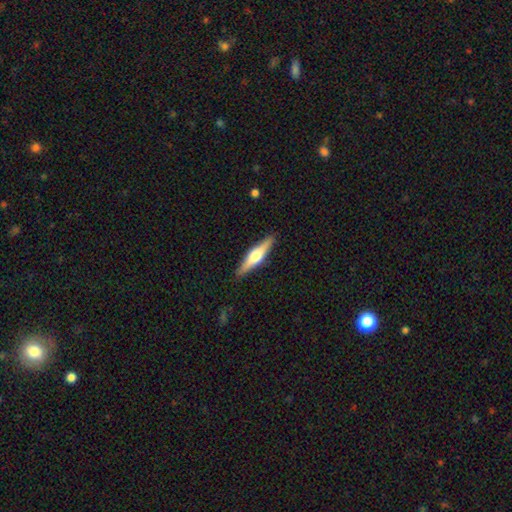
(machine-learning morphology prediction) A featured or disk galaxy (60%) viewed edge-on (96%) with a rounded central bulge (93%).

Vote fractions:
- Smooth or featured? featured or disk: 60% / smooth: 35% / star or artifact: 5%
- Edge-on disk? yes: 96% / no: 4%
- Edge-on bulge? rounded: 93% / boxy: 5% / none: 3%
- Merging? none: 90% / minor disturbance: 8% / major disturbance: 2% / merger: 1%